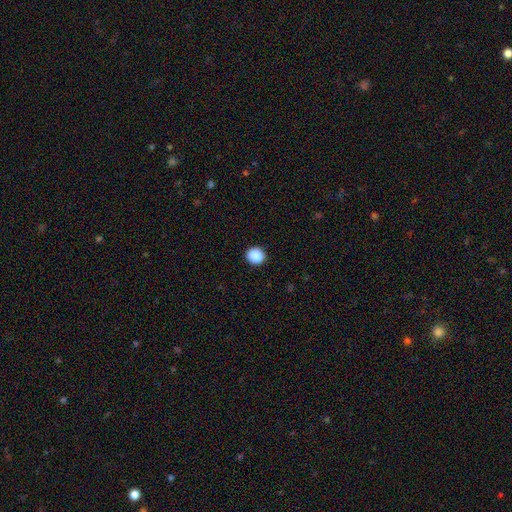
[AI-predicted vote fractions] This appears to be a smooth galaxy with no disk features (90%) that is round (89%). Merging: none (92%).